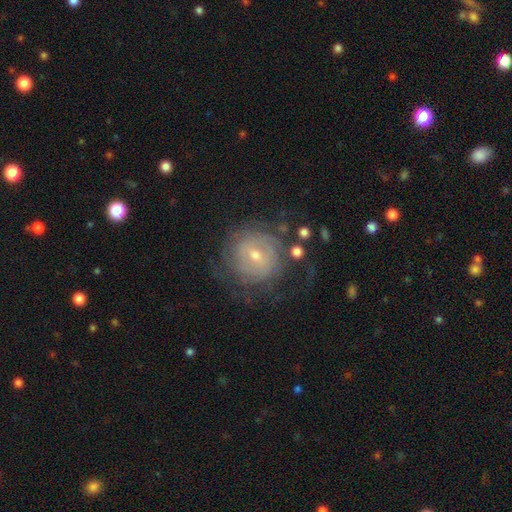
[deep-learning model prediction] Smooth or featured? Predicted: featured or disk (p=0.67). Edge-on disk? Predicted: no (p=0.97). Bar? Predicted: weak (p=0.50). Spiral arms? Predicted: yes (p=0.77). Bulge size? Predicted: moderate (p=0.48). Merging? Predicted: none (p=0.65).